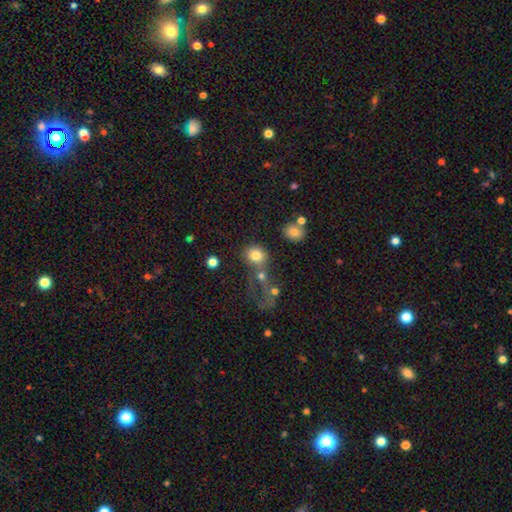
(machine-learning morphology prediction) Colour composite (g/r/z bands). It shows a smooth galaxy with no disk features (75%) that is round (76%). Merging: merger (44%).